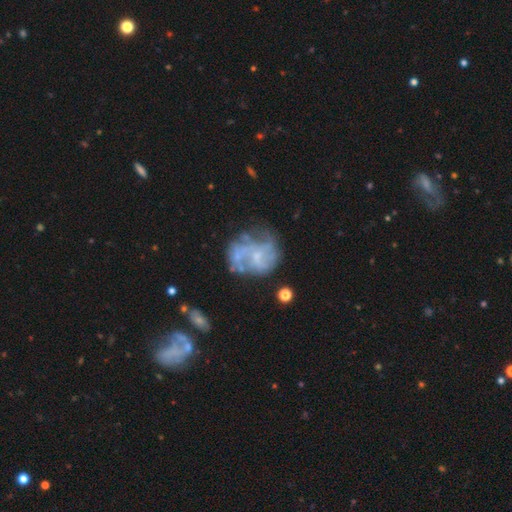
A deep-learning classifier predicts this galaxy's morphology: type=featured or disk (67%); edge-on=no (98%); bar=no (68%); spiral arms=yes (55%); bulge=small (51%); merging=none (45%).